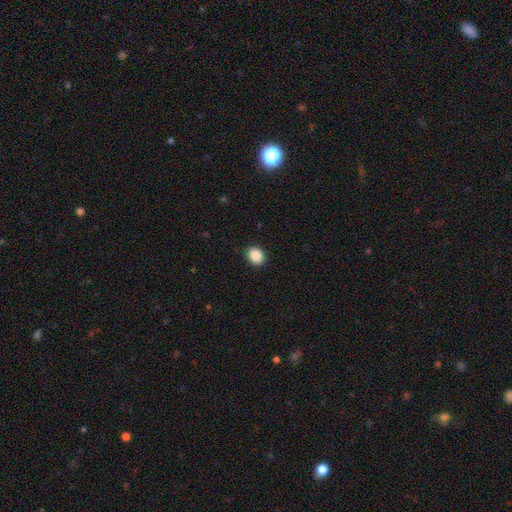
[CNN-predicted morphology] Smooth or featured: smooth — 88% (star or artifact — 8%)
How rounded: in between — 52% (round — 47%)
Merging: none — 91% (minor disturbance — 7%)